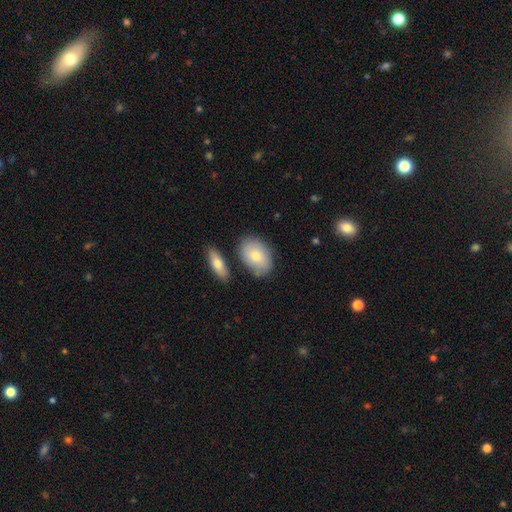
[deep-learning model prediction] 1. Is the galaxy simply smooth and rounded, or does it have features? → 74% smooth, 20% featured or disk, 6% star or artifact.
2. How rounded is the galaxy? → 84% in between, 14% round, 2% cigar-shaped.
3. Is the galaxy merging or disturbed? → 72% none, 16% minor disturbance, 9% merger, 3% major disturbance.